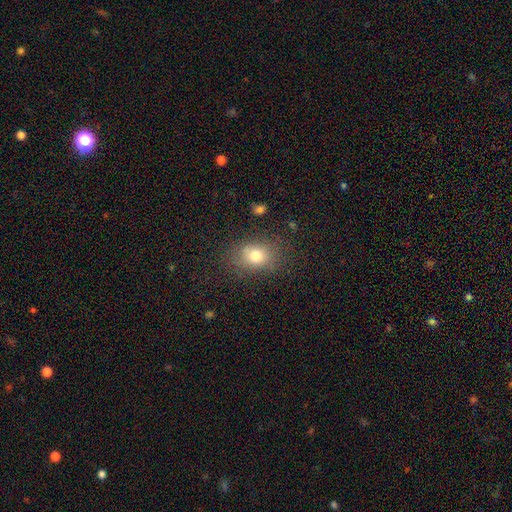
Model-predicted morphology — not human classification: smooth-or-featured: smooth: 77% | star or artifact: 13% | featured or disk: 11%
  how-rounded: in between: 58% | round: 41% | cigar-shaped: 1%
  merging: none: 75% | minor disturbance: 17% | major disturbance: 7% | merger: 2%